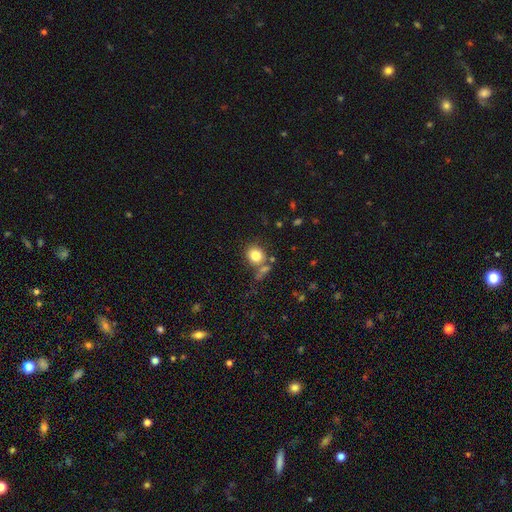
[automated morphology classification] A smooth galaxy with no disk features (81%) that is round (73%). Merging: none (66%).